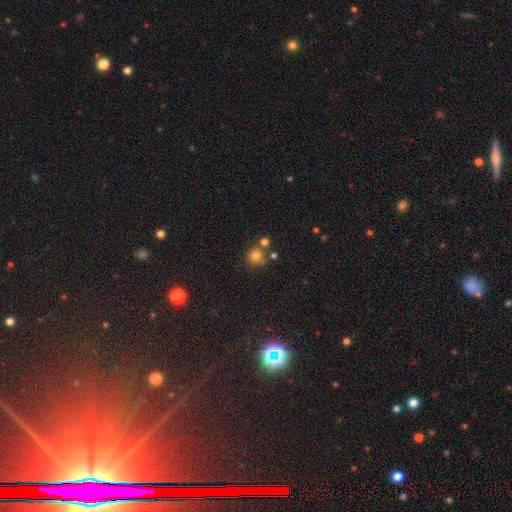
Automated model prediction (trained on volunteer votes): Smooth or featured: smooth — 77% (star or artifact — 16%)
How rounded: round — 90% (in between — 9%)
Merging: none — 67% (merger — 18%)